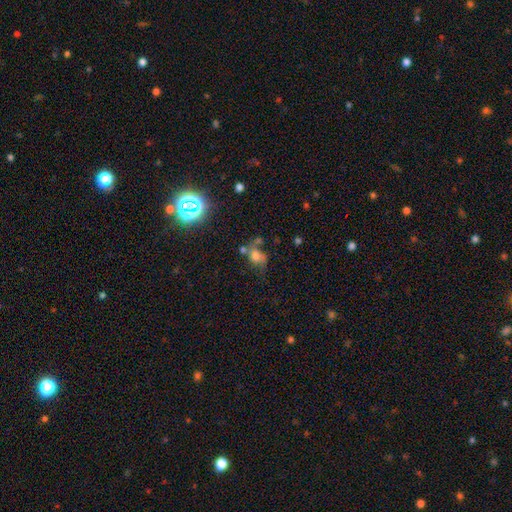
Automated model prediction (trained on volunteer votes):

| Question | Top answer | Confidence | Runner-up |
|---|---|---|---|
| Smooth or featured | smooth | 59% | featured or disk (21%) |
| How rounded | in between | 54% | round (44%) |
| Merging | none | 34% | merger (26%) |